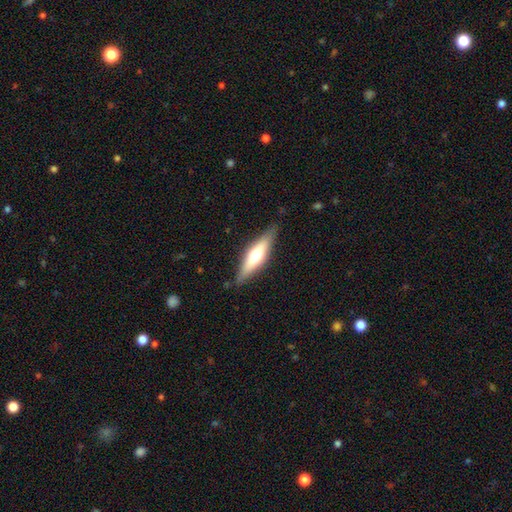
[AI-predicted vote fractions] smooth-or-featured: featured or disk: 55% | smooth: 39% | star or artifact: 6%
  disk-edge-on: yes: 93% | no: 7%
    edge-on-bulge: rounded: 90% | boxy: 6% | none: 4%
  merging: none: 85% | minor disturbance: 12% | major disturbance: 2% | merger: 1%